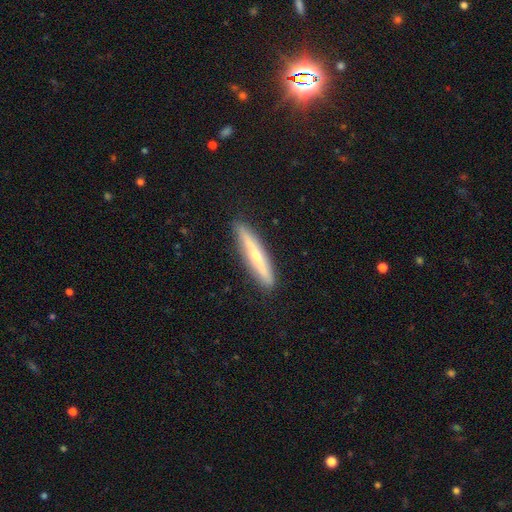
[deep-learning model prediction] This appears to be a featured or disk galaxy (50%) viewed edge-on (92%). Merging: none (89%).